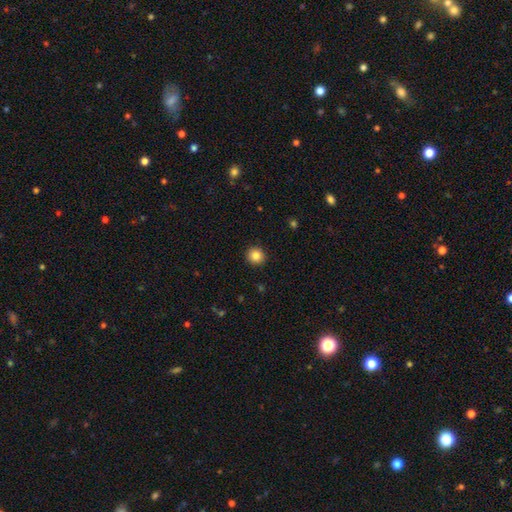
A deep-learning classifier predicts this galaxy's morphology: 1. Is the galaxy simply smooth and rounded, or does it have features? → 85% smooth, 10% star or artifact, 5% featured or disk.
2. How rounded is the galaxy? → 92% round, 7% in between, 1% cigar-shaped.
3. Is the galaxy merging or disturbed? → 92% none, 5% minor disturbance, 2% major disturbance, 1% merger.